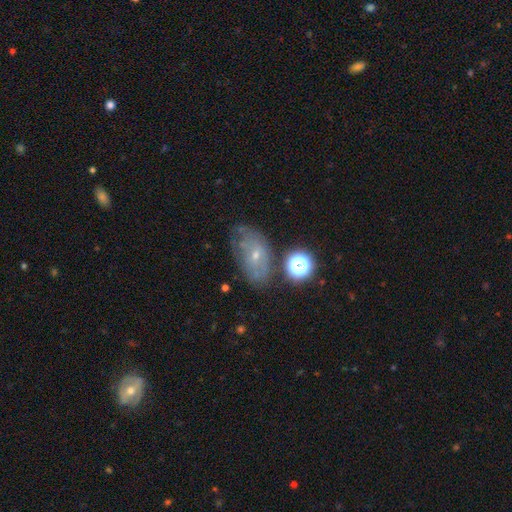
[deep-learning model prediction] A featured or disk galaxy (48%).

Vote fractions:
- Smooth or featured? featured or disk: 48% / smooth: 36% / star or artifact: 16%
- Merging? none: 54% / minor disturbance: 27% / major disturbance: 13% / merger: 6%